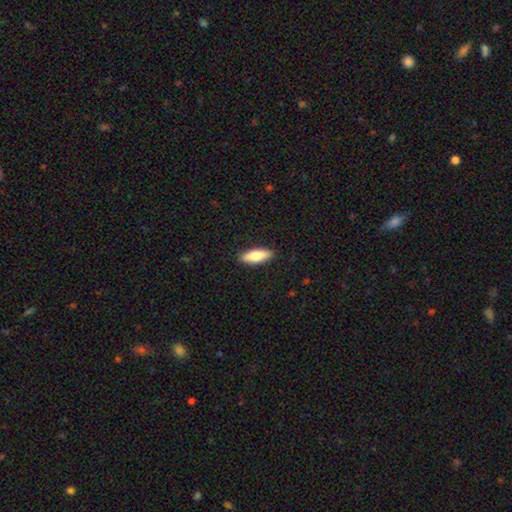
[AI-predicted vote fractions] Smooth or featured? Predicted: smooth (p=0.75). How rounded? Predicted: in between (p=0.62). Merging? Predicted: none (p=0.90).